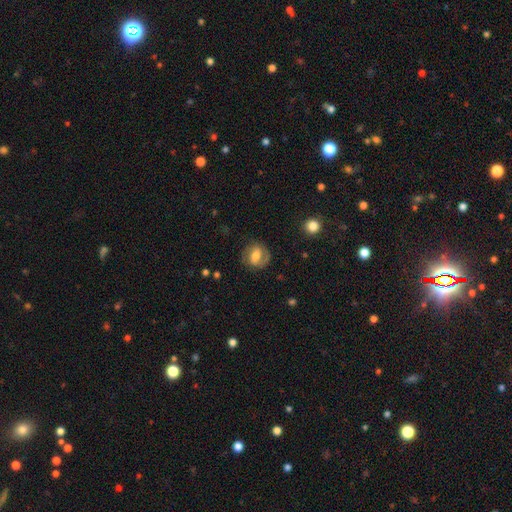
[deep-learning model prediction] A featured or disk galaxy (53%) with a weak bar (44%), spiral arms (77%) and a moderate central bulge (53%). Merging: none (76%).